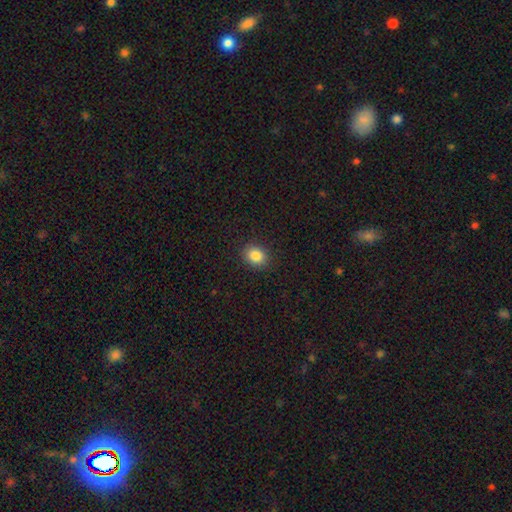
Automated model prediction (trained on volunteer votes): A smooth galaxy with no disk features (85%) that is round (56%). Merging: none (89%).